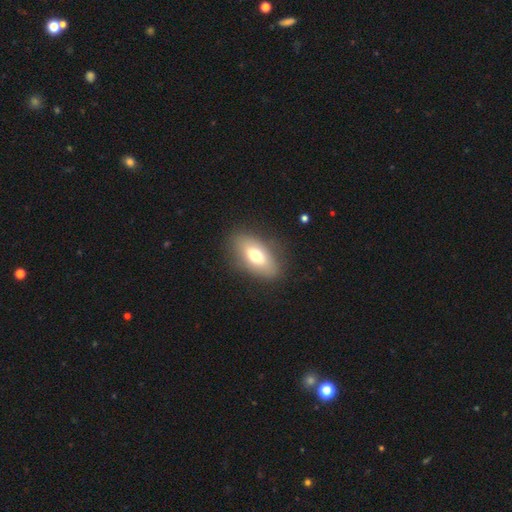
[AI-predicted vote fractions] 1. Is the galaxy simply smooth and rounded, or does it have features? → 68% smooth, 24% featured or disk, 8% star or artifact.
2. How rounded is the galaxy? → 88% in between, 7% cigar-shaped, 5% round.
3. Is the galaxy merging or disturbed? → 84% none, 11% minor disturbance, 4% major disturbance, 1% merger.